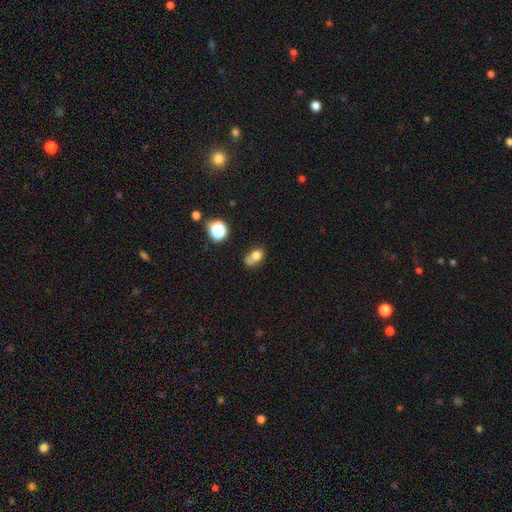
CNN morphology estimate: Smooth or featured?
  - smooth: 72% *
  - featured or disk: 14%
  - star or artifact: 14%
How rounded?
  - in between: 61% *
  - round: 37%
  - cigar-shaped: 2%
Merging?
  - none: 35% *
  - merger: 32%
  - minor disturbance: 22%
  - major disturbance: 12%